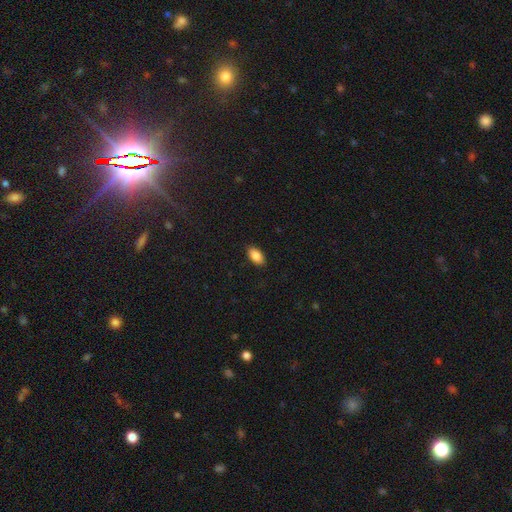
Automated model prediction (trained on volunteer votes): smooth 87%, star or artifact 7%, featured or disk 5%. Down the decision tree: how rounded — in between (93%); merging — none (89%).